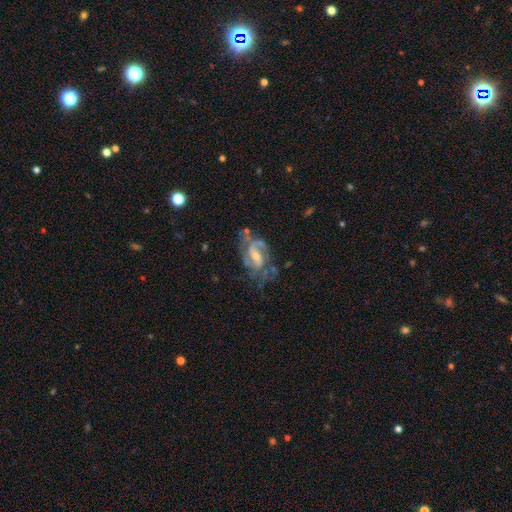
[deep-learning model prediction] Smooth or featured: featured or disk — 86% (smooth — 8%)
Edge-on disk: no — 97% (yes — 3%)
Bar: weak — 53% (strong — 26%)
Spiral arms: yes — 94% (no — 6%)
Spiral winding: medium — 53% (tight — 26%)
Spiral arm count: 2 — 75% (can't tell — 10%)
Bulge size: small — 48% (moderate — 44%)
Merging: none — 57% (minor disturbance — 24%)